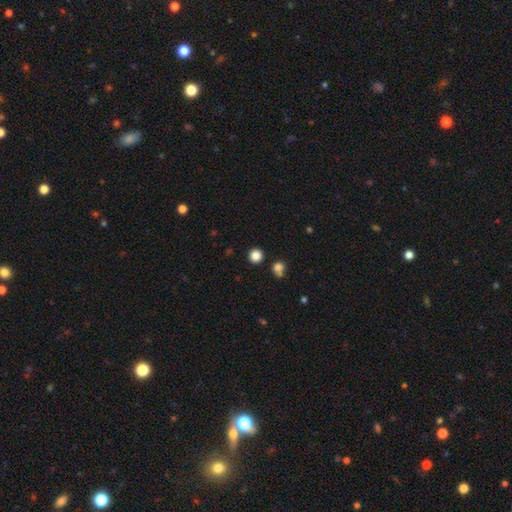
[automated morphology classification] smooth 84%, star or artifact 12%, featured or disk 4%. Down the decision tree: how rounded — round (94%); merging — none (86%).